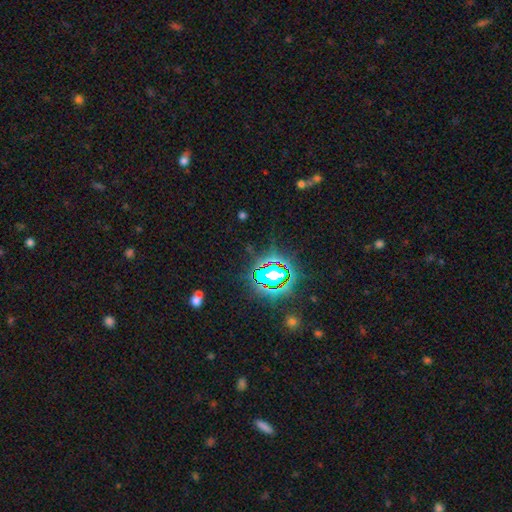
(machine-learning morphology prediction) This appears to be a star or artifact, not a galaxy (79%).